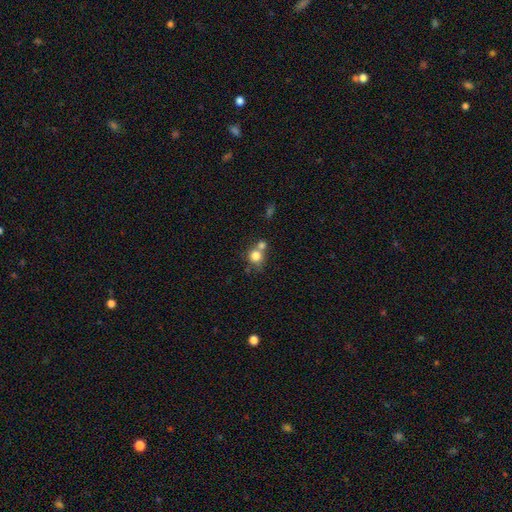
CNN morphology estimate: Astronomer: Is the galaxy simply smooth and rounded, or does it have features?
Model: smooth — 78%.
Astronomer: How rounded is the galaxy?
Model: round — 83%.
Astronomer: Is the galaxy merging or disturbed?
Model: merger — 44% (runner-up: none, 43%).